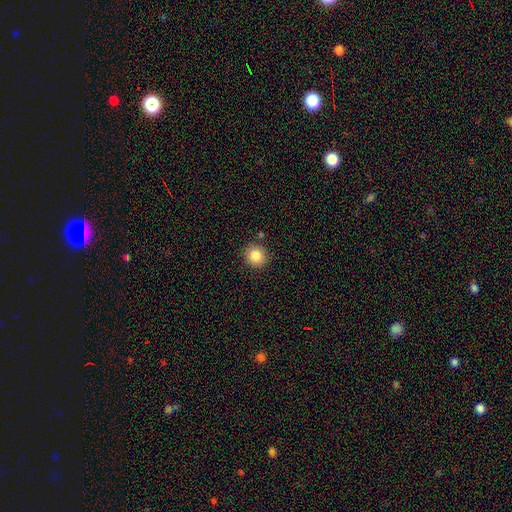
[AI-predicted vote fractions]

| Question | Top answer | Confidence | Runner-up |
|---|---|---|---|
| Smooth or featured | smooth | 86% | star or artifact (10%) |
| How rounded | round | 89% | in between (10%) |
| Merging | none | 87% | minor disturbance (8%) |